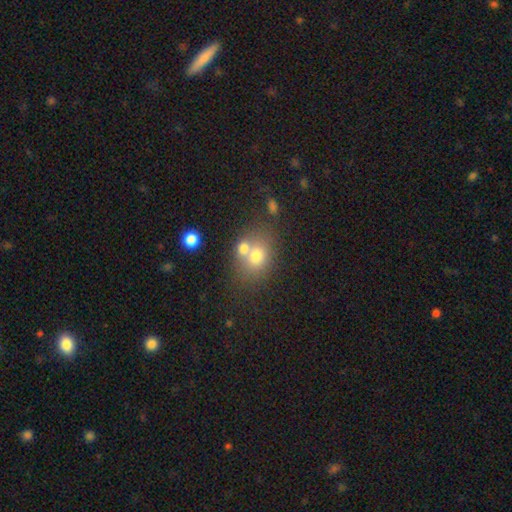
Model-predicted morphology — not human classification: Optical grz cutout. It shows a smooth galaxy with no disk features (70%) that is in between round and cigar-shaped (56%). Merging: merger (44%).